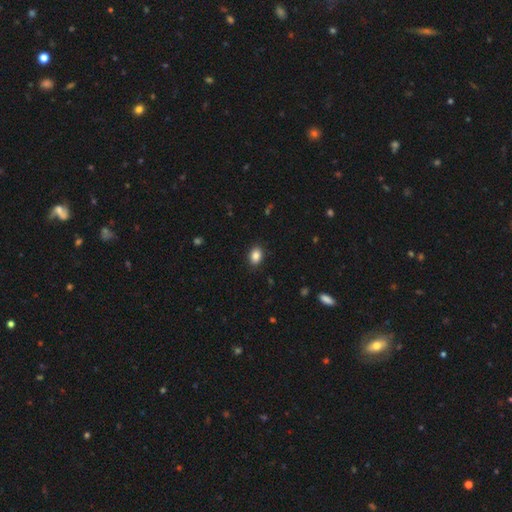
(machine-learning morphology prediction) Smooth or featured?
  - smooth: 87% *
  - star or artifact: 9%
  - featured or disk: 5%
How rounded?
  - in between: 78% *
  - round: 21%
  - cigar-shaped: 1%
Merging?
  - none: 89% *
  - minor disturbance: 8%
  - major disturbance: 2%
  - merger: 1%